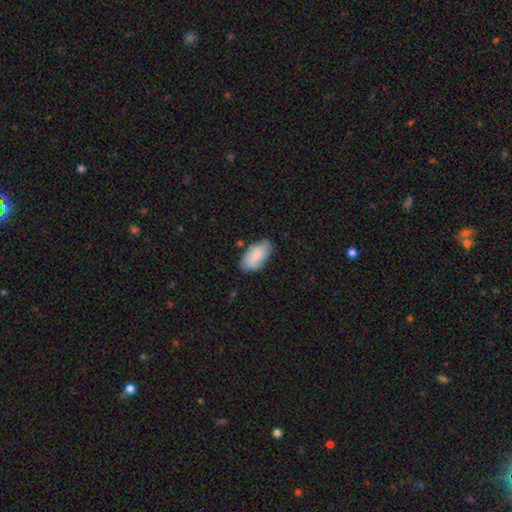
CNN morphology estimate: A smooth galaxy with no disk features (77%) that is in between round and cigar-shaped (94%). Merging: none (67%).